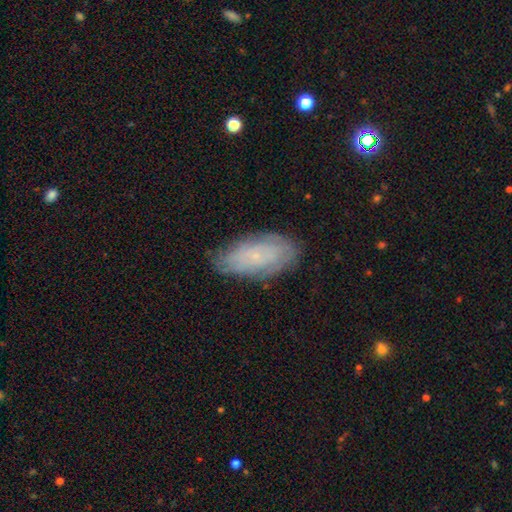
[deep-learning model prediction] Q: Smooth or featured?
A: featured or disk (48%); runner-up: smooth (42%)
Q: Merging?
A: none (76%); runner-up: minor disturbance (18%)